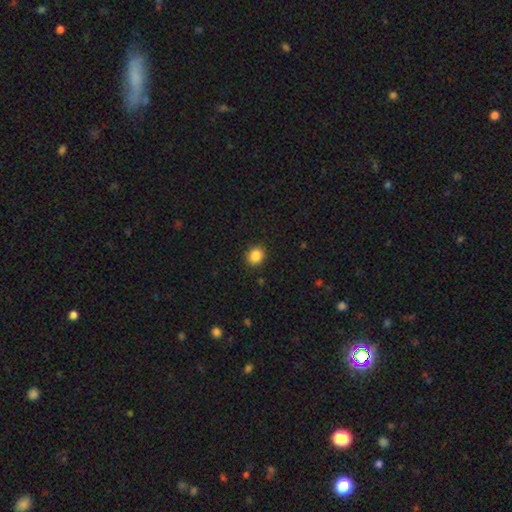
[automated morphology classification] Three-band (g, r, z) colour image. It shows a smooth galaxy with no disk features (86%) that is round (72%). Merging: none (90%).